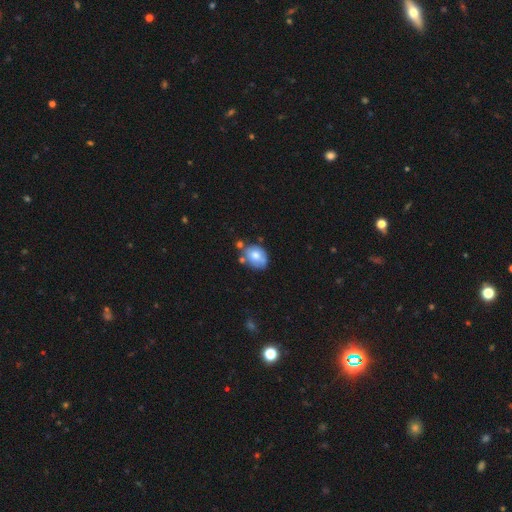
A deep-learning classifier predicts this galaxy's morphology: Smooth or featured?
  - smooth: 67% *
  - featured or disk: 24%
  - star or artifact: 8%
How rounded?
  - in between: 65% *
  - round: 34%
  - cigar-shaped: 1%
Merging?
  - none: 48% *
  - minor disturbance: 26%
  - merger: 18%
  - major disturbance: 8%